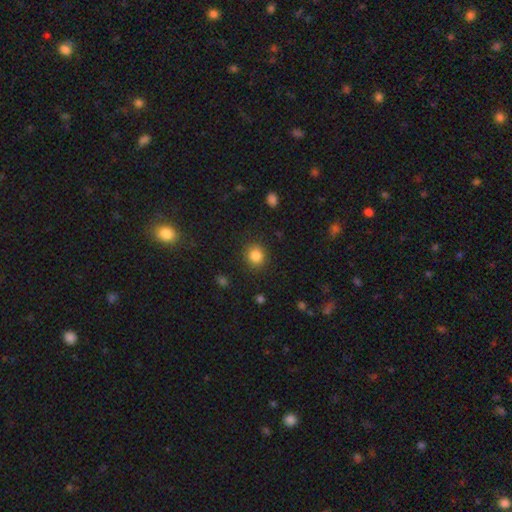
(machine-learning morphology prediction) type=smooth (85%); roundness=round (85%); merging=none (88%).